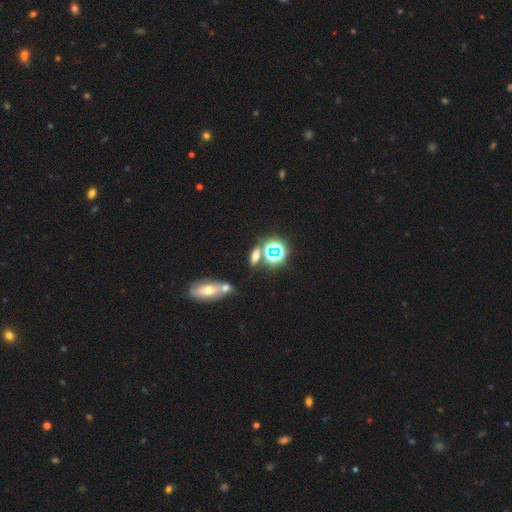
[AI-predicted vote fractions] Overall: smooth (41%, tied with star or artifact). Merging: none (65%).